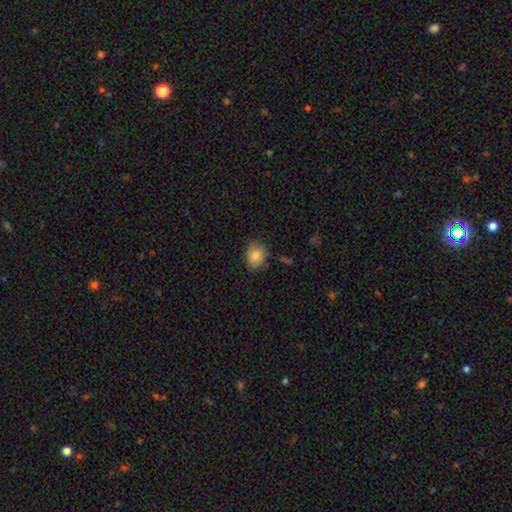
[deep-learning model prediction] The model was most divided on "how rounded": round: 66%, in between: 34%, cigar-shaped: 1%. More confident: smooth or featured — smooth (83%); merging — none (77%).